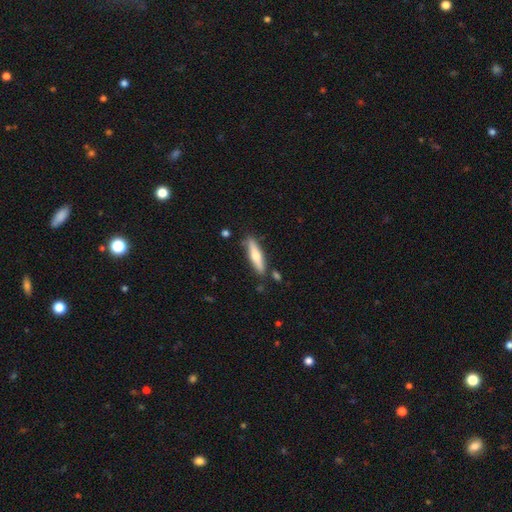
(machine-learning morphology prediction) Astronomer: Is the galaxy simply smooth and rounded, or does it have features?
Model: smooth — 55% (runner-up: featured or disk, 40%).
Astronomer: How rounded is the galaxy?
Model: cigar-shaped — 78%.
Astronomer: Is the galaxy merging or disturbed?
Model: none — 82%.